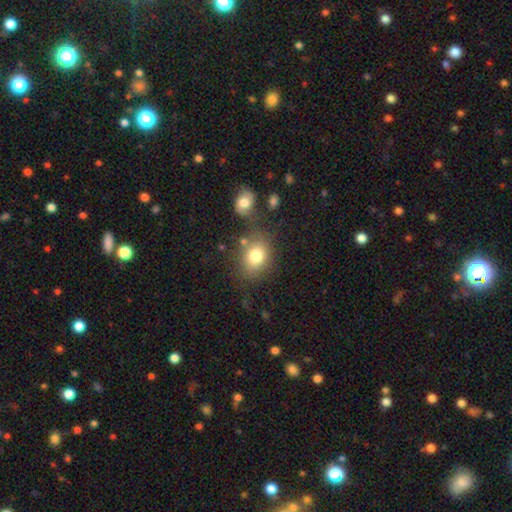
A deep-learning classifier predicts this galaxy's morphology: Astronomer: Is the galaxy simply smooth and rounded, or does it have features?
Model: smooth — 79%.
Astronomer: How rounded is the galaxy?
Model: in between — 51% (runner-up: round, 48%).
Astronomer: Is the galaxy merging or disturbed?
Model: none — 69%.